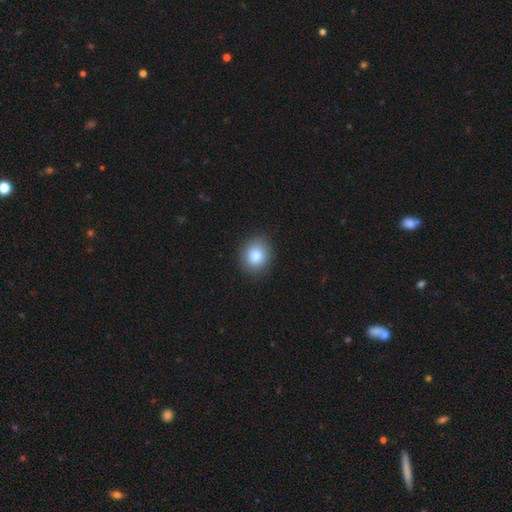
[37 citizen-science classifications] smooth 89%, featured or disk 8%, star or artifact 3%. Down the decision tree: how rounded — round (88%); merging — none (89%).